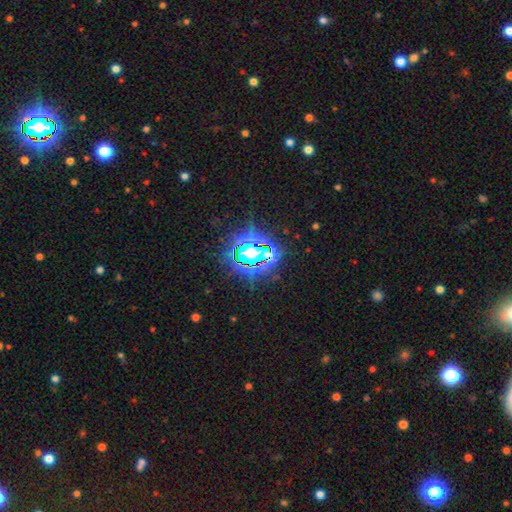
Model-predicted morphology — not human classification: Smooth or featured?
  - star or artifact: 77% *
  - smooth: 12%
  - featured or disk: 11%